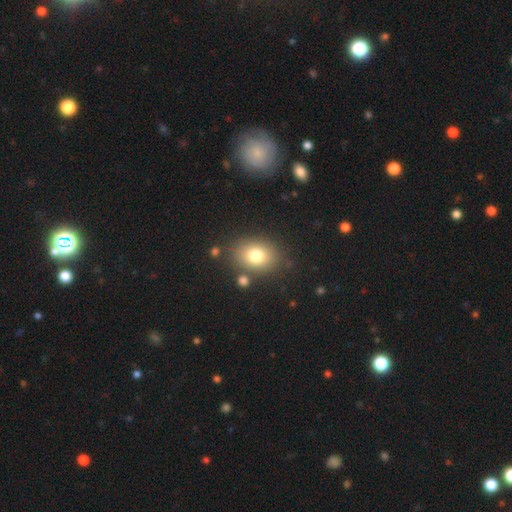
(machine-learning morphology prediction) smooth_or_featured: smooth (p=0.78) [alt: featured or disk p=0.11]
how_rounded: in between (p=0.59) [alt: round p=0.40]
merging: none (p=0.78) [alt: minor disturbance p=0.11]